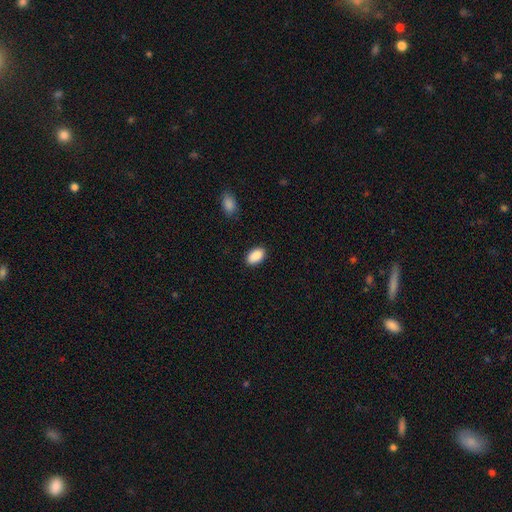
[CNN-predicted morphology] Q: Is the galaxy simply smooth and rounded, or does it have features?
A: smooth — 90%.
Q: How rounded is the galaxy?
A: in between — 93%.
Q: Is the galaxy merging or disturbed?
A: none — 89%.